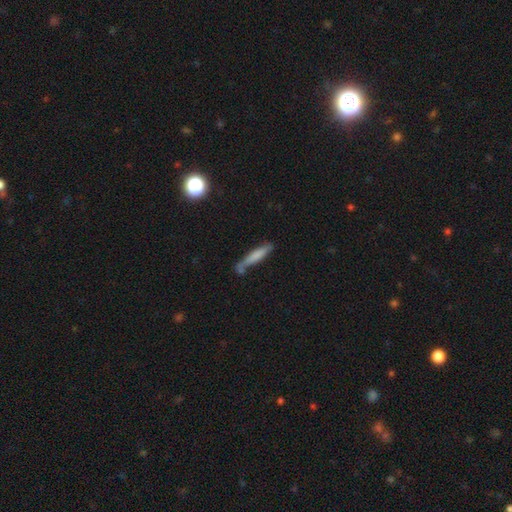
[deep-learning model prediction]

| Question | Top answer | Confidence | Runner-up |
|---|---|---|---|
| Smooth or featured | smooth | 71% | featured or disk (22%) |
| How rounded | cigar-shaped | 89% | in between (10%) |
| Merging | none | 56% | minor disturbance (22%) |